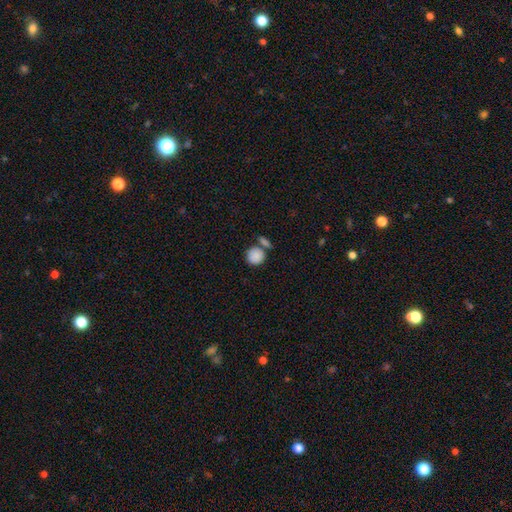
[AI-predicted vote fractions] The model was most divided on "merging": none: 60%, merger: 25%, minor disturbance: 11%, major disturbance: 4%. More confident: how rounded — round (88%); smooth or featured — smooth (86%).